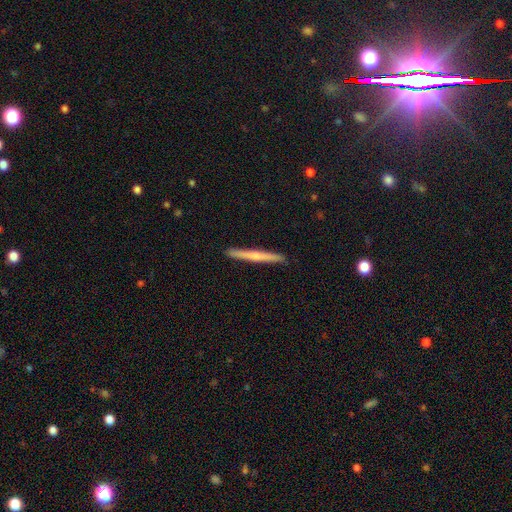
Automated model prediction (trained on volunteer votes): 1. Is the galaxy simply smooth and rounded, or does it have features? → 47% featured or disk (tied), 47% smooth (tied), 6% star or artifact.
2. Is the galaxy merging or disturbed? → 93% none, 5% minor disturbance, 1% major disturbance, 1% merger.